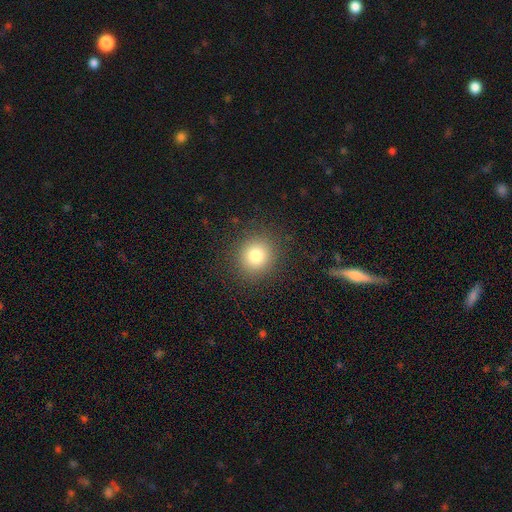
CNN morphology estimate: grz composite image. It shows a smooth galaxy with no disk features (79%) that is round (89%). Merging: none (90%).